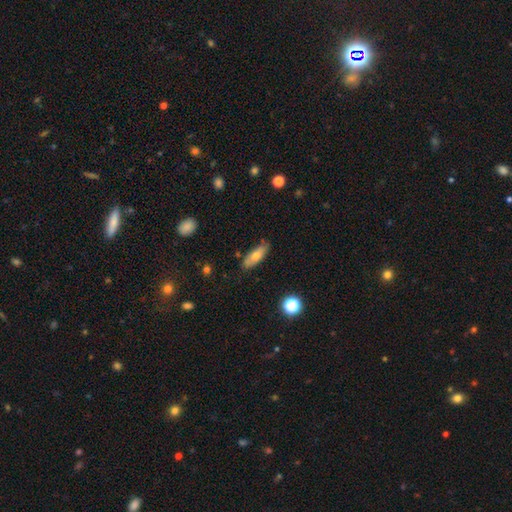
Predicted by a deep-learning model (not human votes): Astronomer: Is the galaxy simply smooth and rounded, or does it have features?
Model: smooth — 65%.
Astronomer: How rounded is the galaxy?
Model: in between — 60% (runner-up: cigar-shaped, 36%).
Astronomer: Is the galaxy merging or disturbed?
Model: none — 78%.